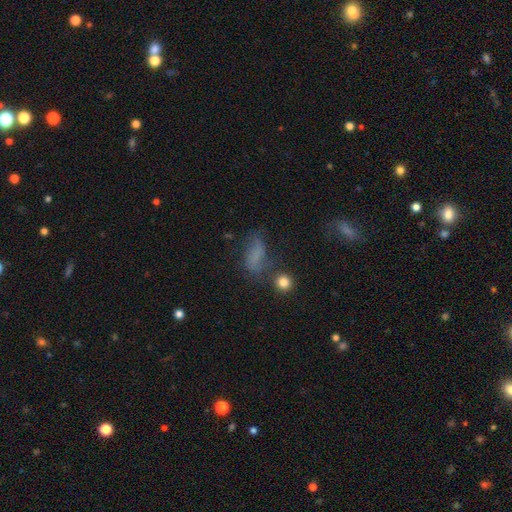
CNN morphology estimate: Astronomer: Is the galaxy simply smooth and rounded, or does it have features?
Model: smooth — 55%.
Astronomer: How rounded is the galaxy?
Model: in between — 73%.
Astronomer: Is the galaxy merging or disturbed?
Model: none — 46% (runner-up: minor disturbance, 25%).